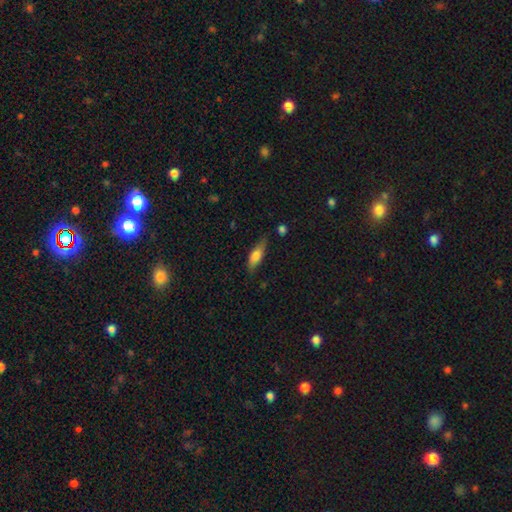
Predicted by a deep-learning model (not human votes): A smooth galaxy with no disk features (68%) that is in between round and cigar-shaped (59%).

Vote fractions:
- Smooth or featured? smooth: 68% / featured or disk: 25% / star or artifact: 7%
- How rounded? in between: 59% / cigar-shaped: 39% / round: 3%
- Merging? none: 67% / minor disturbance: 24% / major disturbance: 5% / merger: 3%